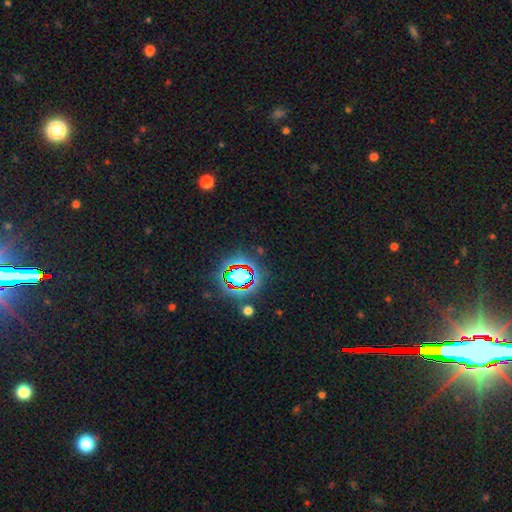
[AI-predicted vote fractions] Morphology: type=star or artifact (83%).